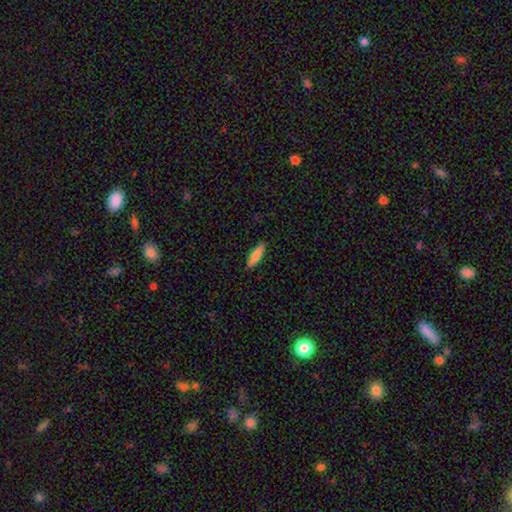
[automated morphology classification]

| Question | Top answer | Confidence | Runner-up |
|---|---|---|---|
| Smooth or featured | smooth | 75% | featured or disk (19%) |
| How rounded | cigar-shaped | 71% | in between (28%) |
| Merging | none | 90% | minor disturbance (8%) |